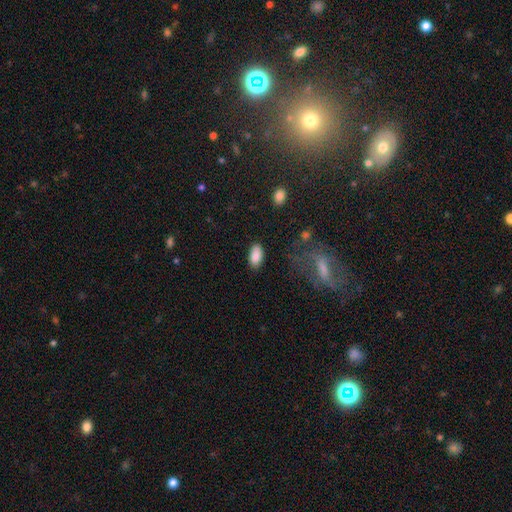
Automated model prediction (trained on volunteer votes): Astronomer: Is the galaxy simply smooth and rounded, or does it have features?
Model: smooth — 87%.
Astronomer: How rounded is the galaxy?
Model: in between — 93%.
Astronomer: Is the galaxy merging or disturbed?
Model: none — 84%.